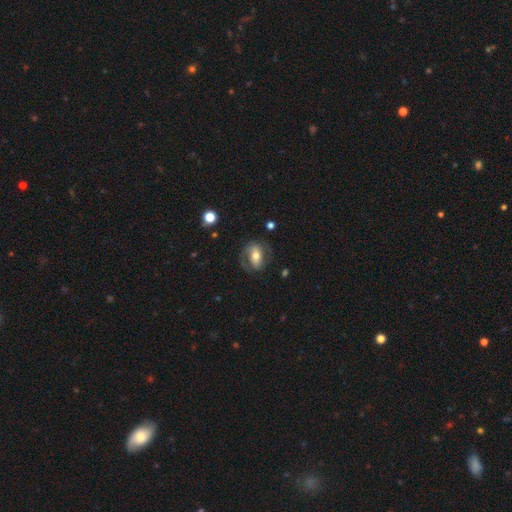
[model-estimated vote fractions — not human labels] smooth_or_featured: featured or disk (p=0.61) [alt: smooth p=0.32]
disk_edge_on: no (p=0.94) [alt: yes p=0.06]
bar: strong (p=0.38) [alt: weak p=0.31]
has_spiral_arms: yes (p=0.78) [alt: no p=0.22]
bulge_size: moderate (p=0.62) [alt: small p=0.24]
merging: none (p=0.67) [alt: minor disturbance p=0.17]